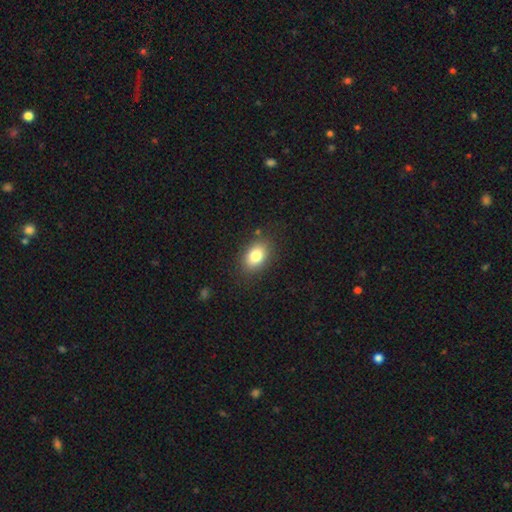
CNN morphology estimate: smooth 81%, featured or disk 10%, star or artifact 9%. Down the decision tree: how rounded — in between (80%); merging — none (84%).